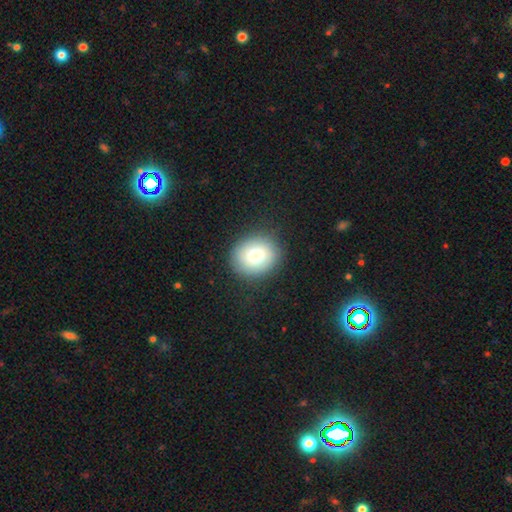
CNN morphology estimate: Smooth or featured? Predicted: smooth (p=0.77). How rounded? Predicted: round (p=0.77). Merging? Predicted: none (p=0.88).